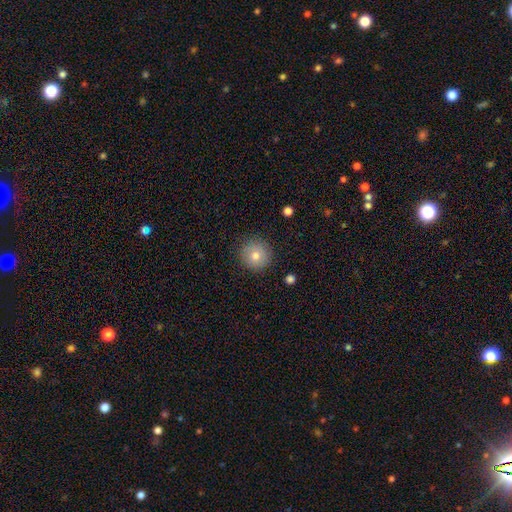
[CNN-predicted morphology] Q: Smooth or featured?
A: smooth (78%); runner-up: featured or disk (12%)
Q: How rounded?
A: round (95%); runner-up: in between (4%)
Q: Merging?
A: none (90%); runner-up: minor disturbance (7%)